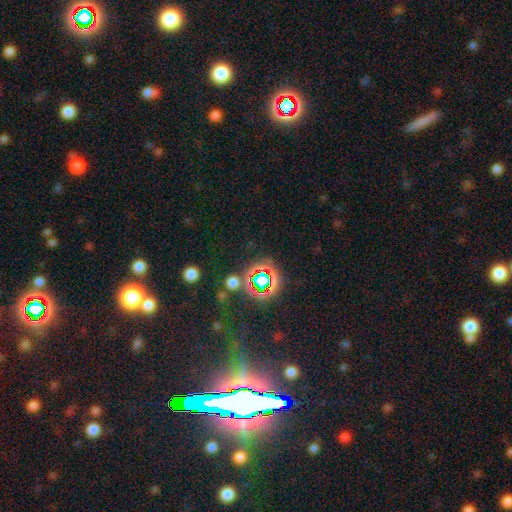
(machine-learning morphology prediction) star or artifact 71%, smooth 17%, featured or disk 12%.